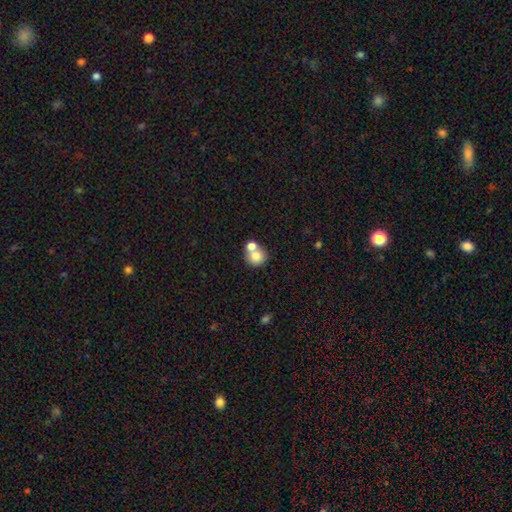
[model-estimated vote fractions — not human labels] The model was most divided on "merging": merger: 49%, none: 41%, minor disturbance: 7%, major disturbance: 3%. More confident: how rounded — round (84%); smooth or featured — smooth (76%).